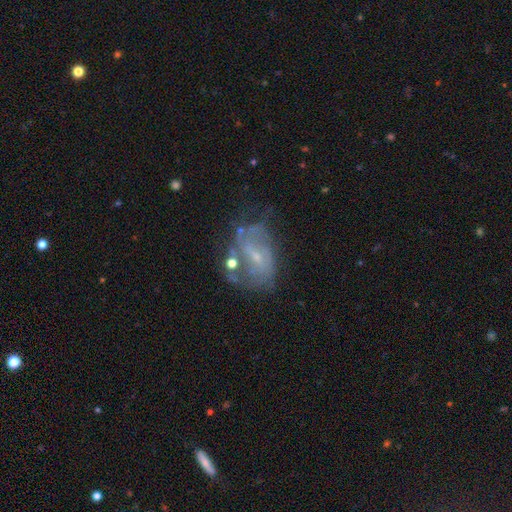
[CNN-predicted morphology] This is likely a featured or disk galaxy (69%). It is clearly not viewed edge-on (96%). Bar: possibly weak (48%). Spiral arm pattern: likely yes (63%). Central bulge: likely small (69%). Merging: marginally none (43%).